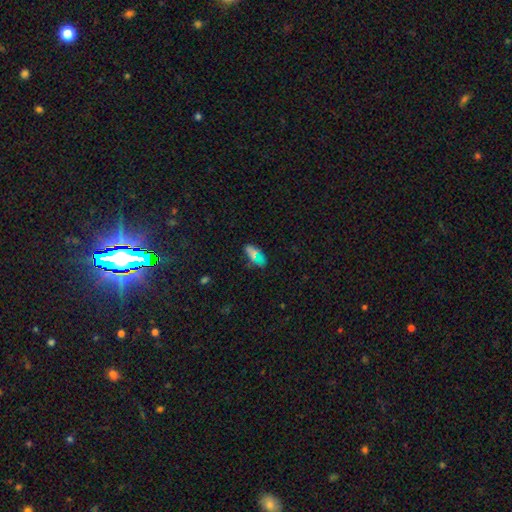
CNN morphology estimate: This appears to be a smooth galaxy with no disk features (62%) that is in between round and cigar-shaped (87%). Merging: none (72%).